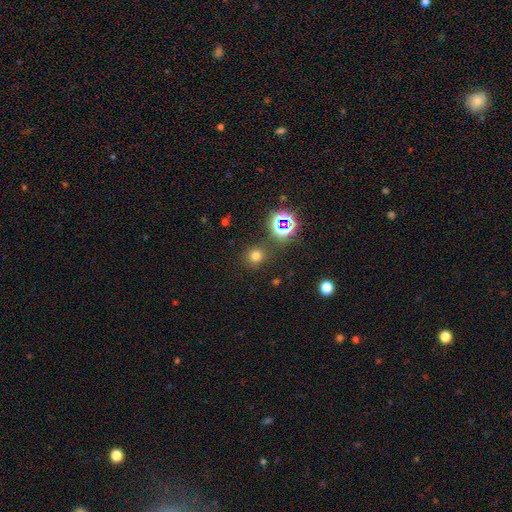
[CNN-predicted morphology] This is likely a smooth galaxy (68%). How rounded: clearly round (88%). Merging: clearly none (84%).